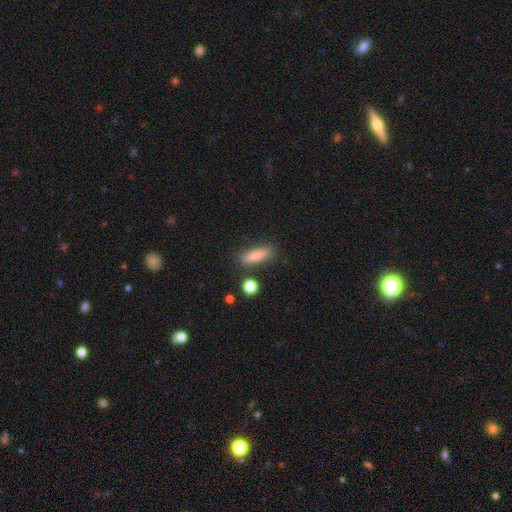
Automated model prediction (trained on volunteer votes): The model was most divided on "how rounded": cigar-shaped: 55%, in between: 42%, round: 3%. More confident: smooth or featured — smooth (82%); merging — none (79%).